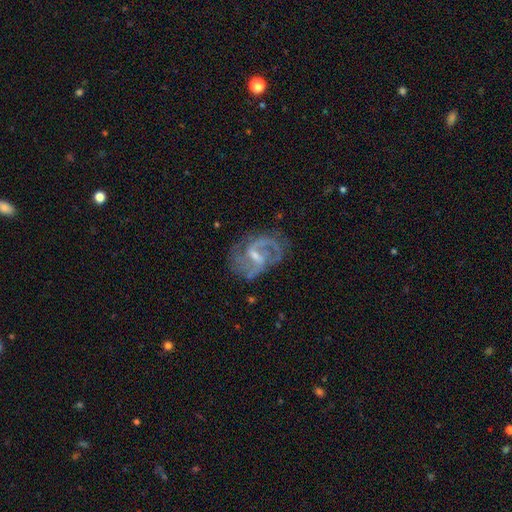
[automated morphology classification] featured or disk 88%, star or artifact 6%, smooth 6%. Down the decision tree: edge-on disk — no (98%); bar — weak (58%); spiral arms — yes (96%); spiral arm count — 2 (74%); spiral winding — medium (54%); bulge size — small (56%); merging — none (67%).